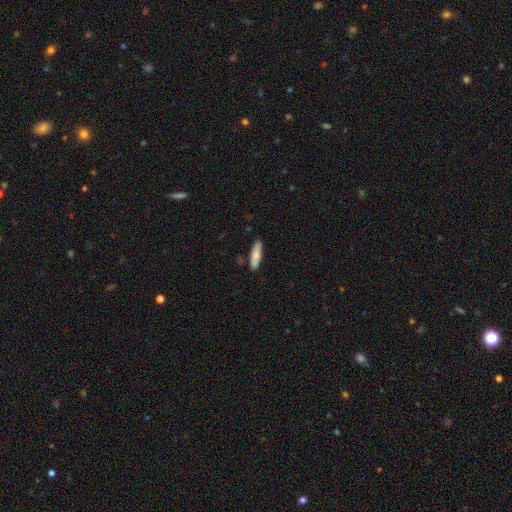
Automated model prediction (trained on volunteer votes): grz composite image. It shows a smooth galaxy with no disk features (82%) that is cigar-shaped (62%). Merging: none (85%).